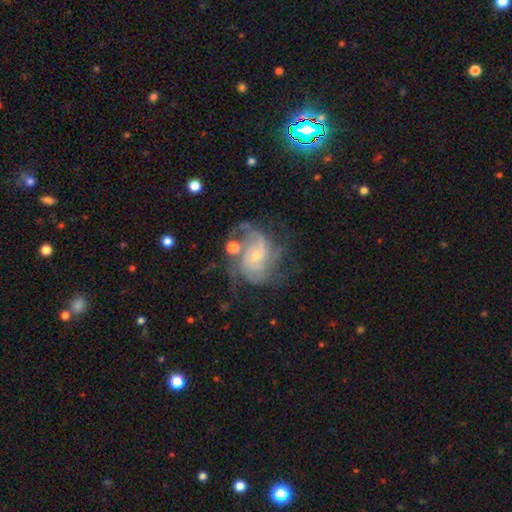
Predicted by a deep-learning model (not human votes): Overall: featured or disk (83%). Edge-on disk: no (98%). Bar: no (66%; weak 29%). Spiral arms: yes (93%). Spiral arm count: 2 (29%; can't tell 28%). Spiral winding: medium (42%; tight 39%). Bulge size: small (72%). Merging: none (50%; major disturbance 22%).